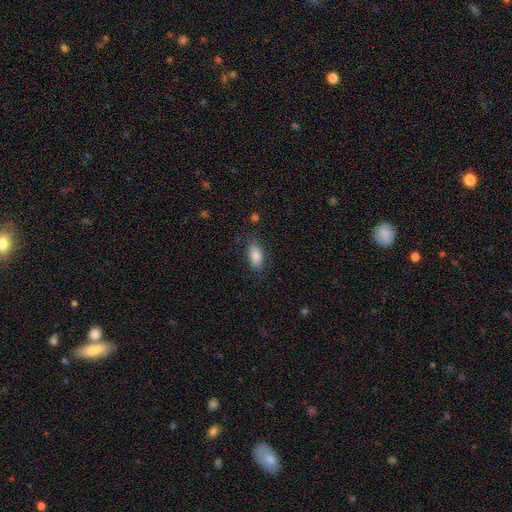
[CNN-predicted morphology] Smooth or featured: smooth — 85% (featured or disk — 8%)
How rounded: in between — 91% (cigar-shaped — 5%)
Merging: none — 78% (minor disturbance — 16%)